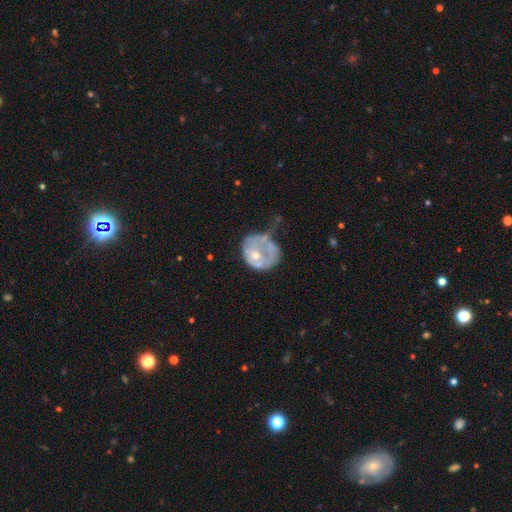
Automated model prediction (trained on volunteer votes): Smooth or featured? Predicted: featured or disk (p=0.56). Edge-on disk? Predicted: no (p=0.97). Bar? Predicted: no (p=0.85). Spiral arms? Predicted: no (p=0.77). Bulge size? Predicted: moderate (p=0.49). Merging? Predicted: major disturbance (p=0.41).